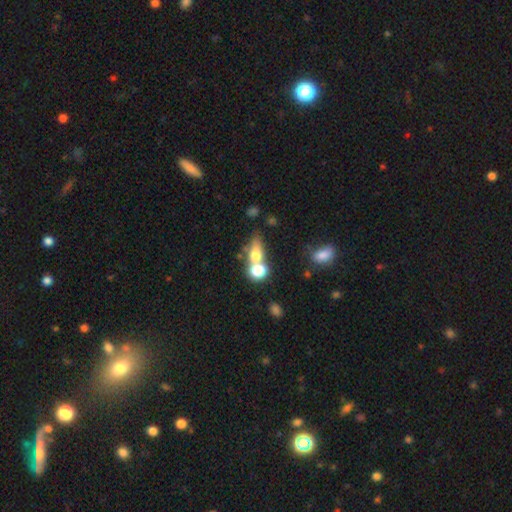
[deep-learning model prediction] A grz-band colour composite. It shows a smooth galaxy with no disk features (67%) that is in between round and cigar-shaped (53%). Merging: merger (49%).